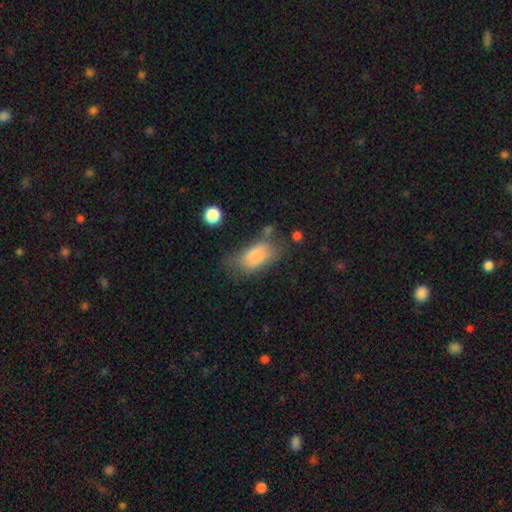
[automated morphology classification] Smooth or featured? Predicted: smooth (p=0.79). How rounded? Predicted: in between (p=0.90). Merging? Predicted: none (p=0.42).